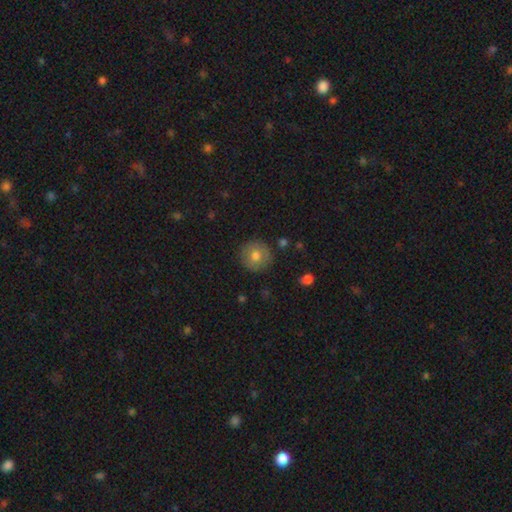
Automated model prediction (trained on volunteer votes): smooth 75%, featured or disk 17%, star or artifact 9%. Down the decision tree: how rounded — round (94%); merging — none (89%).